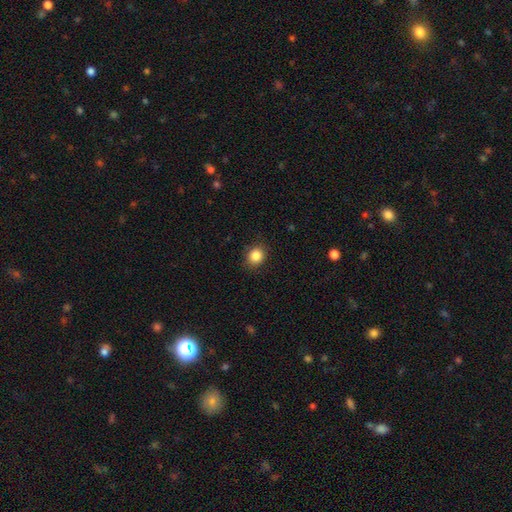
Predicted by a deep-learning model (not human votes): This is clearly a smooth galaxy (86%). How rounded: likely round (74%). Merging: clearly none (86%).